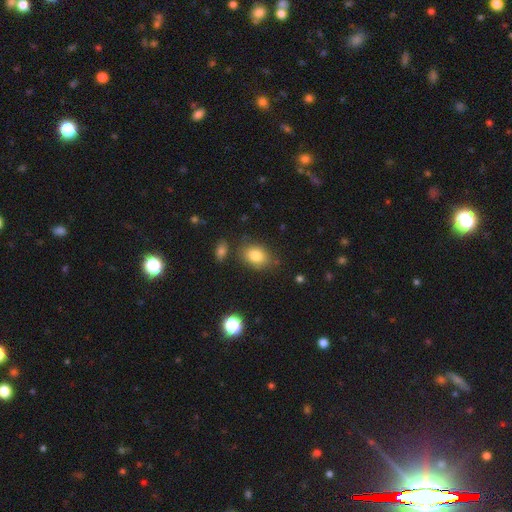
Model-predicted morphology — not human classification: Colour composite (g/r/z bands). It shows a smooth galaxy with no disk features (82%) that is in between round and cigar-shaped (71%). Merging: none (77%).